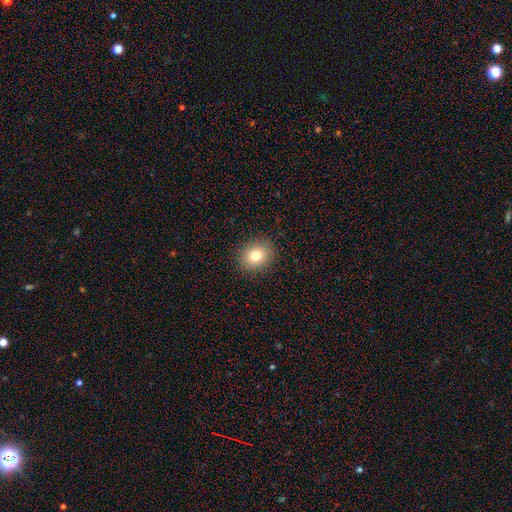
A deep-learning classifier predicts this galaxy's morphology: type=smooth (80%); roundness=round (65%); merging=none (89%).